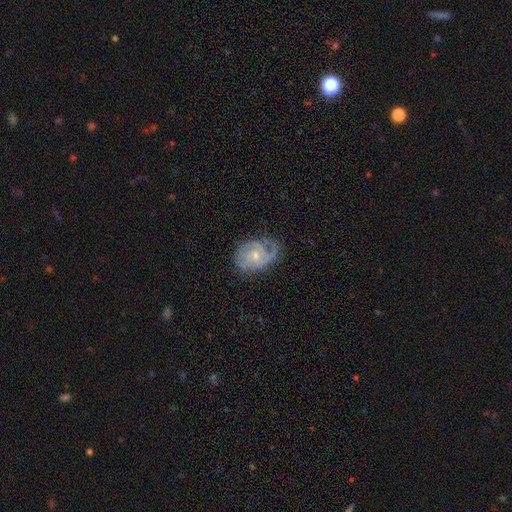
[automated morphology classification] Smooth or featured: featured or disk — 79% (smooth — 15%)
Edge-on disk: no — 98% (yes — 2%)
Bar: no — 58% (weak — 37%)
Spiral arms: yes — 93% (no — 7%)
Spiral winding: tight — 47% (medium — 40%)
Spiral arm count: 2 — 39% (can't tell — 25%)
Bulge size: small — 63% (moderate — 32%)
Merging: none — 58% (minor disturbance — 26%)